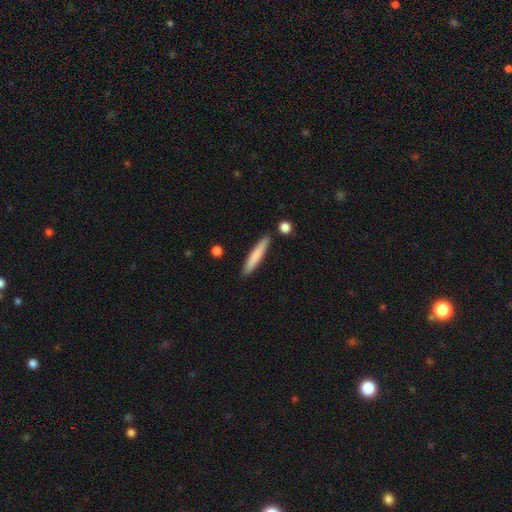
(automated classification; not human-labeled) smooth_or_featured: smooth (p=0.74) [alt: featured or disk p=0.20]
how_rounded: cigar-shaped (p=0.93) [alt: in between p=0.06]
merging: none (p=0.88) [alt: minor disturbance p=0.08]